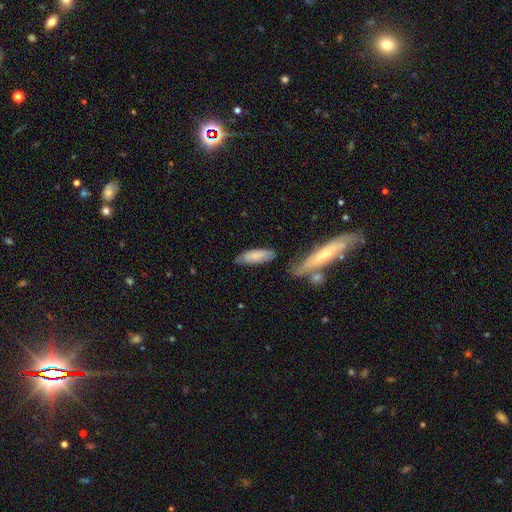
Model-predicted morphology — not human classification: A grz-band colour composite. It shows a smooth galaxy with no disk features (75%) that is in between round and cigar-shaped (64%). Merging: none (66%).